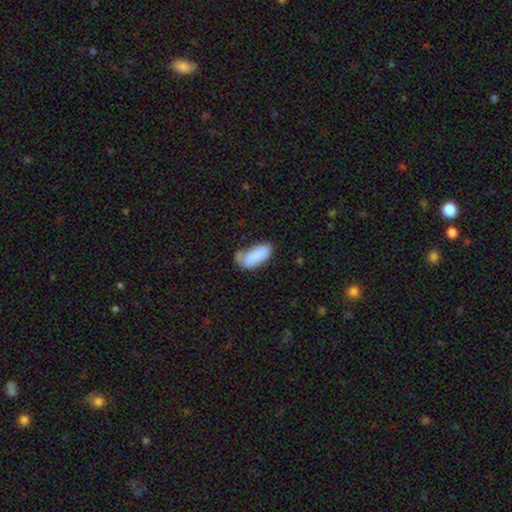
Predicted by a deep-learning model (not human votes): A smooth galaxy with no disk features (84%) that is in between round and cigar-shaped (88%). Merging: none (40%).